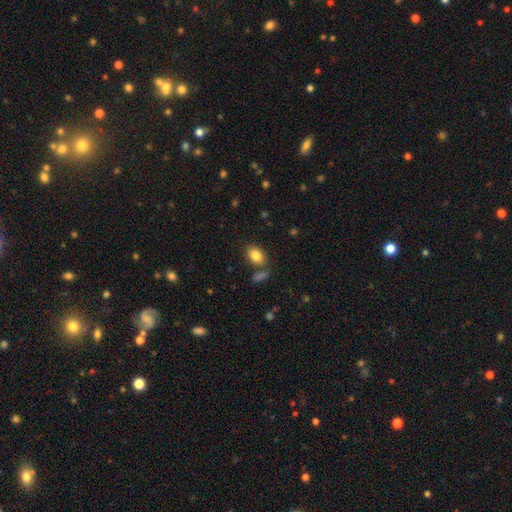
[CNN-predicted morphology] Q: Smooth or featured?
A: smooth (85%); runner-up: star or artifact (8%)
Q: How rounded?
A: in between (86%); runner-up: round (13%)
Q: Merging?
A: none (74%); runner-up: minor disturbance (12%)